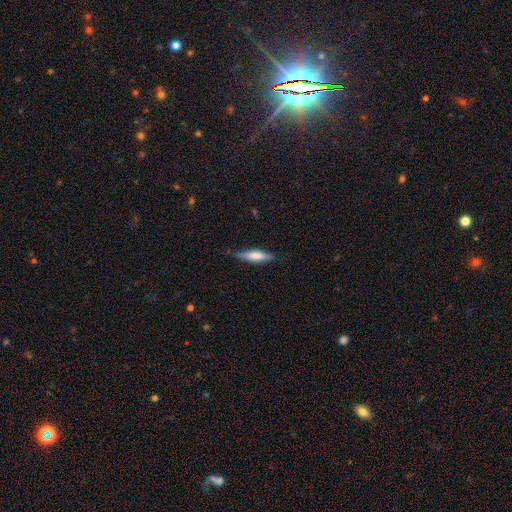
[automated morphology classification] The model was most divided on "smooth or featured": smooth: 61%, featured or disk: 33%, star or artifact: 6%. More confident: merging — none (80%); how rounded — cigar-shaped (76%).